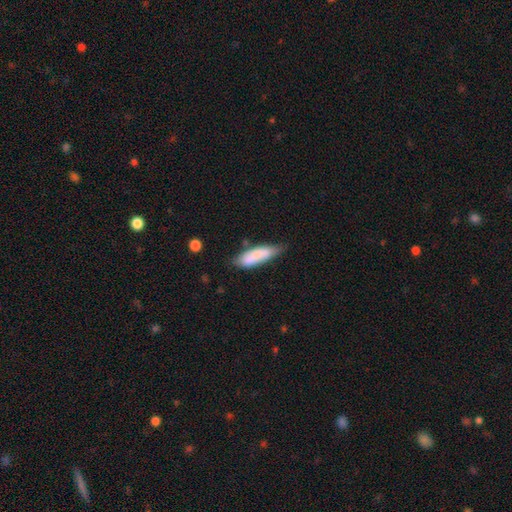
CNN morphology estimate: The model was most divided on "how rounded": in between: 51%, cigar-shaped: 48%, round: 2%. More confident: smooth or featured — smooth (78%); merging — none (53%).